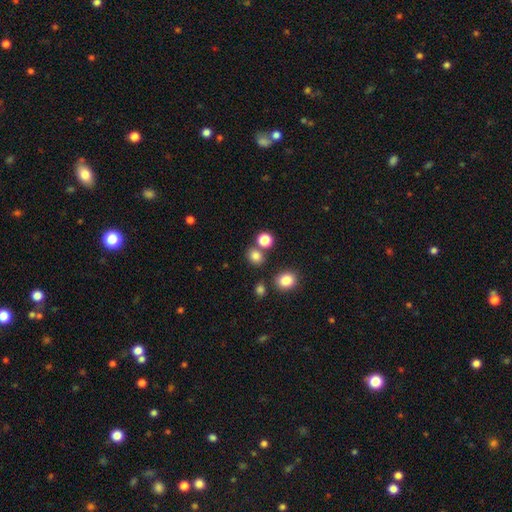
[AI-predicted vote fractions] Morphology: type=smooth (81%); roundness=round (73%); merging=none (72%).